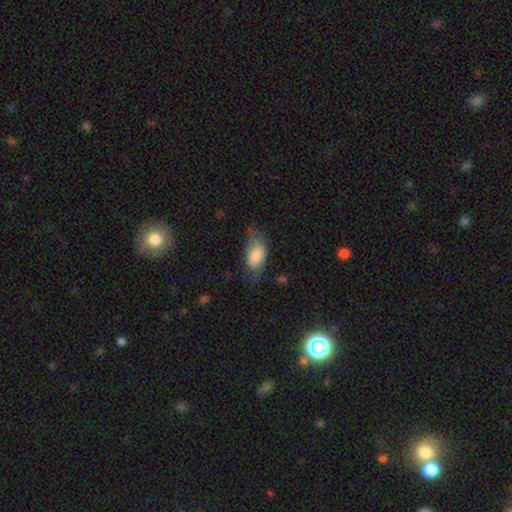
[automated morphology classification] smooth 79%, featured or disk 15%, star or artifact 7%. Down the decision tree: how rounded — in between (91%); merging — none (46%).